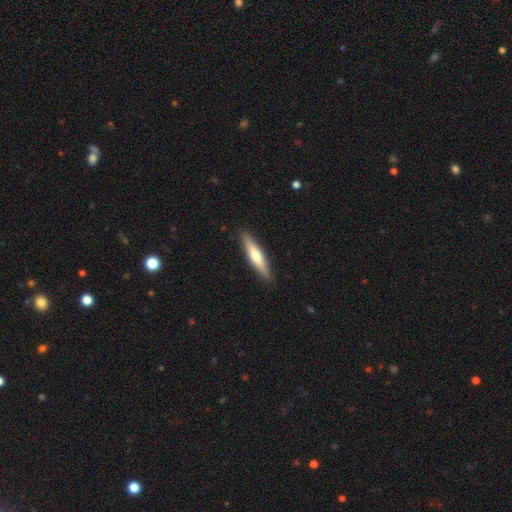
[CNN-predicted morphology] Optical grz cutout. It shows a smooth galaxy with no disk features (52%) that is cigar-shaped (87%). Merging: none (90%).